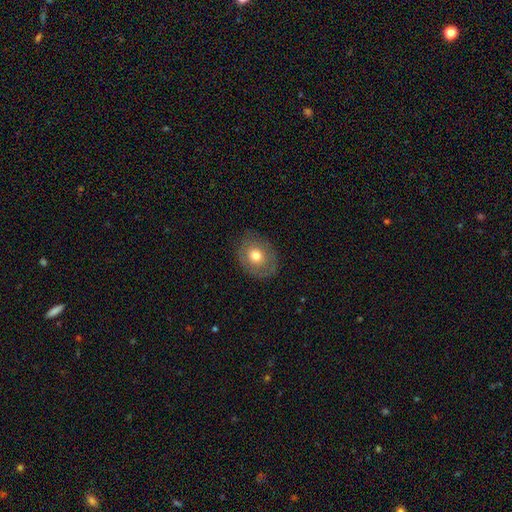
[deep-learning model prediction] smooth_or_featured: smooth (p=0.64) [alt: featured or disk p=0.28]
how_rounded: round (p=0.53) [alt: in between p=0.46]
merging: none (p=0.79) [alt: minor disturbance p=0.15]